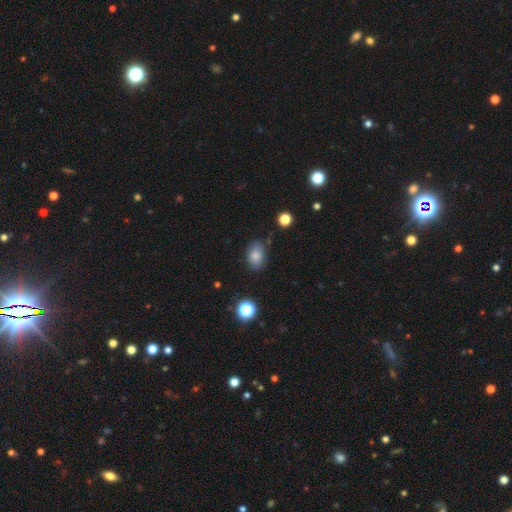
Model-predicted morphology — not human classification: A smooth galaxy with no disk features (82%) that is in between round and cigar-shaped (80%).

Vote fractions:
- Smooth or featured? smooth: 82% / star or artifact: 10% / featured or disk: 7%
- How rounded? in between: 80% / round: 19% / cigar-shaped: 1%
- Merging? none: 78% / minor disturbance: 16% / major disturbance: 4% / merger: 2%